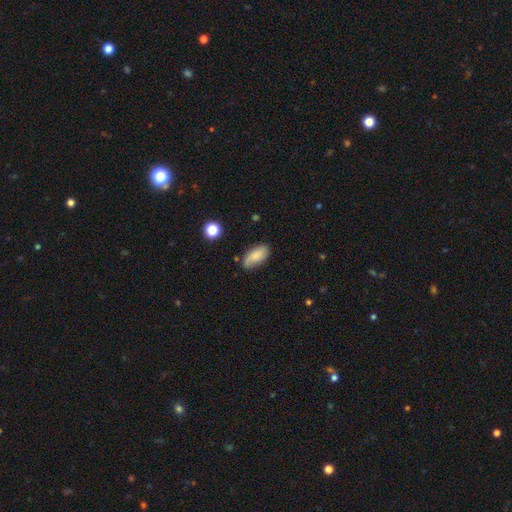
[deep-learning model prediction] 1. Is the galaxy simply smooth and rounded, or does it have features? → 76% smooth, 16% featured or disk, 8% star or artifact.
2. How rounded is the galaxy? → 91% in between, 6% cigar-shaped, 3% round.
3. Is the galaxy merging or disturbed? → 69% none, 24% minor disturbance, 5% major disturbance, 3% merger.